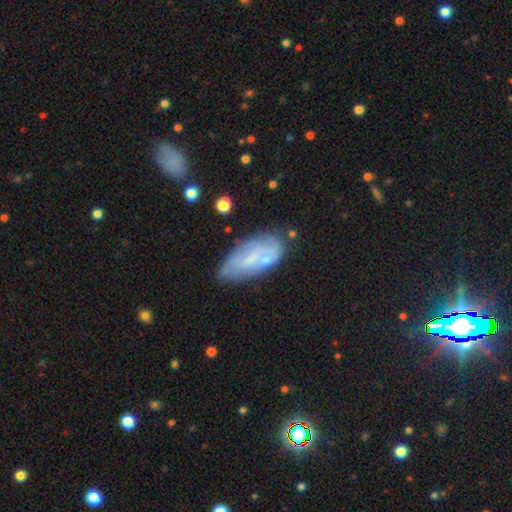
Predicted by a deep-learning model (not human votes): Overall: featured or disk (47%; smooth 44%). Merging: none (58%; minor disturbance 27%).